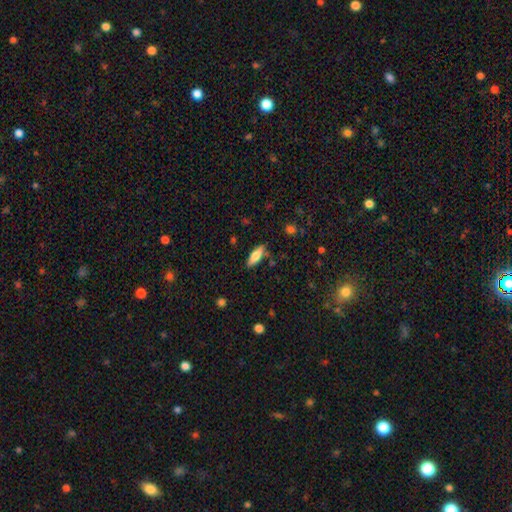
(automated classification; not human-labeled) Smooth or featured?
  - smooth: 65% *
  - featured or disk: 29%
  - star or artifact: 7%
How rounded?
  - in between: 52% *
  - cigar-shaped: 46%
  - round: 2%
Merging?
  - none: 81% *
  - minor disturbance: 13%
  - merger: 3%
  - major disturbance: 3%